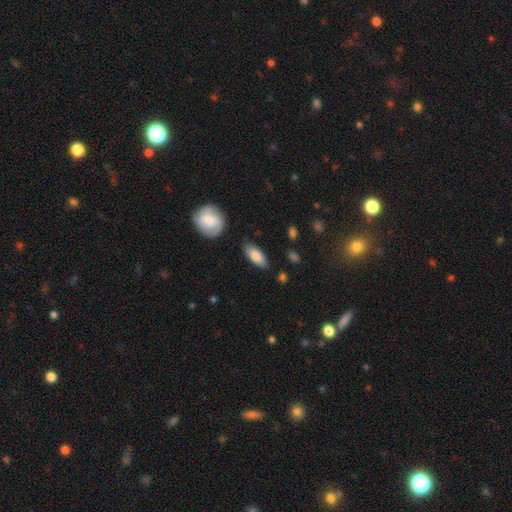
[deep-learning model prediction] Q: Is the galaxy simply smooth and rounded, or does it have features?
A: smooth — 80%.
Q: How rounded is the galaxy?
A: in between — 78%.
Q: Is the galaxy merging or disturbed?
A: none — 83%.